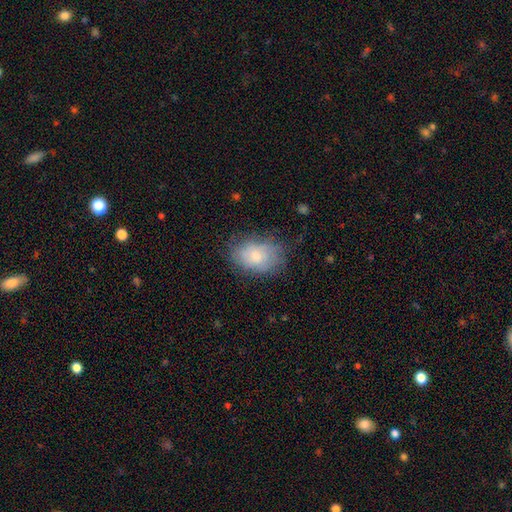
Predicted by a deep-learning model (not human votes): A smooth galaxy with no disk features (69%) that is in between round and cigar-shaped (83%). Merging: none (64%).